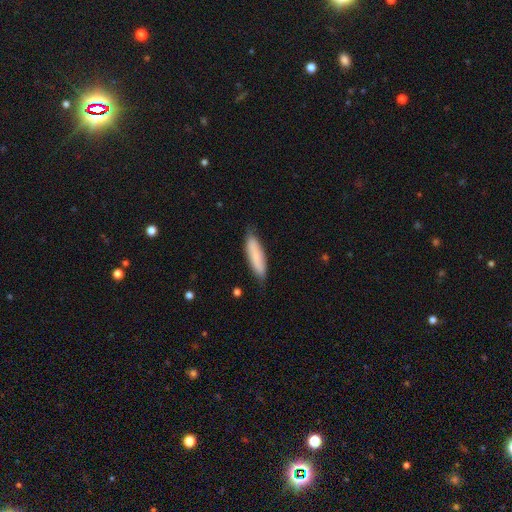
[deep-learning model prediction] Smooth or featured?
  - smooth: 81% *
  - featured or disk: 13%
  - star or artifact: 6%
How rounded?
  - cigar-shaped: 67% *
  - in between: 31%
  - round: 1%
Merging?
  - none: 77% *
  - minor disturbance: 19%
  - major disturbance: 3%
  - merger: 1%